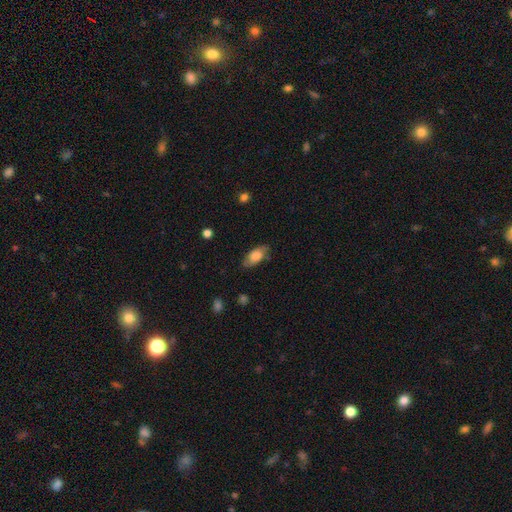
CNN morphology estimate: Q: Smooth or featured?
A: smooth (72%); runner-up: featured or disk (21%)
Q: How rounded?
A: in between (87%); runner-up: cigar-shaped (10%)
Q: Merging?
A: none (77%); runner-up: minor disturbance (18%)